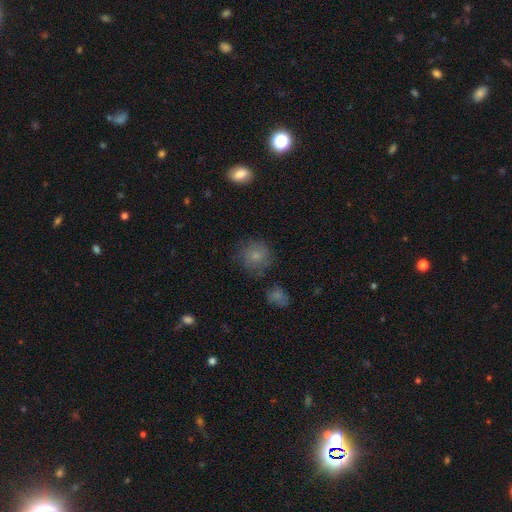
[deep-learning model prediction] The model was most divided on "merging": none: 75%, minor disturbance: 16%, major disturbance: 6%, merger: 4%. More confident: how rounded — round (89%); smooth or featured — smooth (79%).